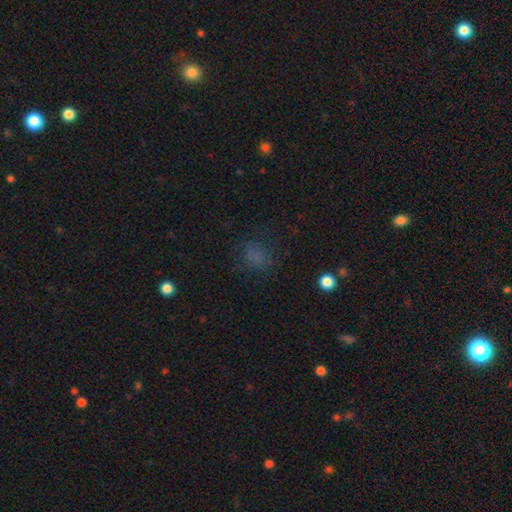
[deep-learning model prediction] Q: Smooth or featured?
A: smooth (68%); runner-up: star or artifact (23%)
Q: How rounded?
A: round (60%); runner-up: in between (38%)
Q: Merging?
A: none (69%); runner-up: minor disturbance (18%)